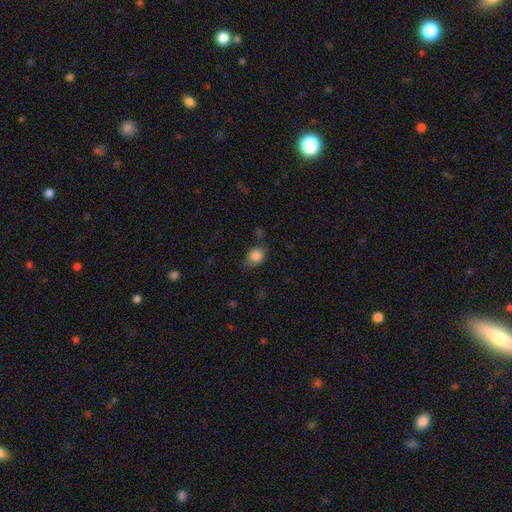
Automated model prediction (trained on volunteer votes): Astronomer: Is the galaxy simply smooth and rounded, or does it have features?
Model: smooth — 85%.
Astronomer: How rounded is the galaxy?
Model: in between — 56% (runner-up: round, 43%).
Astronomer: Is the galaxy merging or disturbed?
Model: none — 72%.